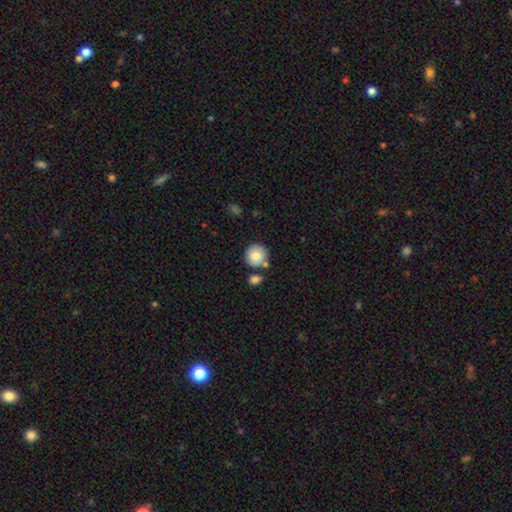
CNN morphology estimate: smooth-or-featured: smooth: 82% | featured or disk: 11% | star or artifact: 8%
  how-rounded: round: 92% | in between: 7% | cigar-shaped: 1%
  merging: none: 71% | merger: 14% | minor disturbance: 12% | major disturbance: 3%